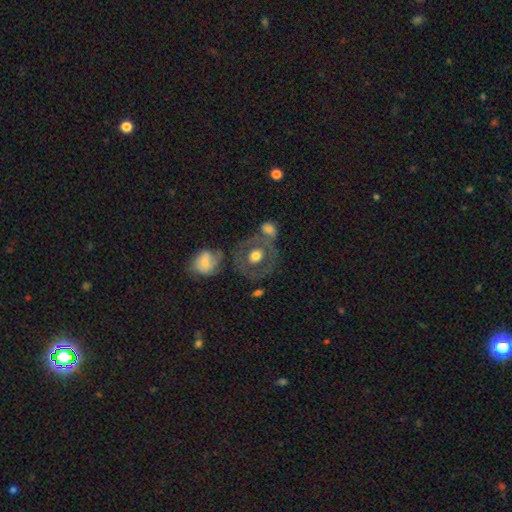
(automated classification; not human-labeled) Smooth or featured?
  - smooth: 49% *
  - featured or disk: 44%
  - star or artifact: 7%
Merging?
  - none: 64% *
  - merger: 14%
  - minor disturbance: 14%
  - major disturbance: 8%